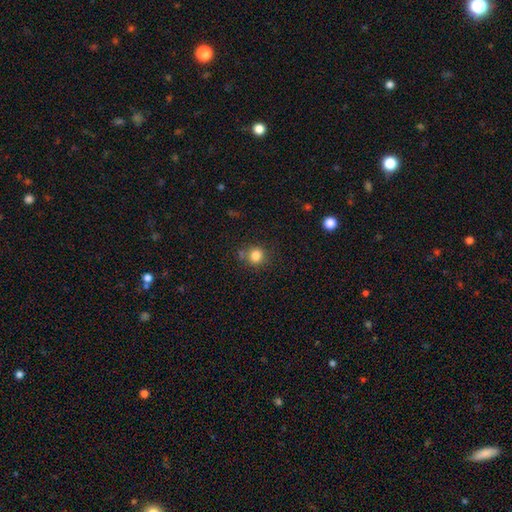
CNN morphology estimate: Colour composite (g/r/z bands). It shows a smooth galaxy with no disk features (82%) that is round (87%). Merging: none (73%).